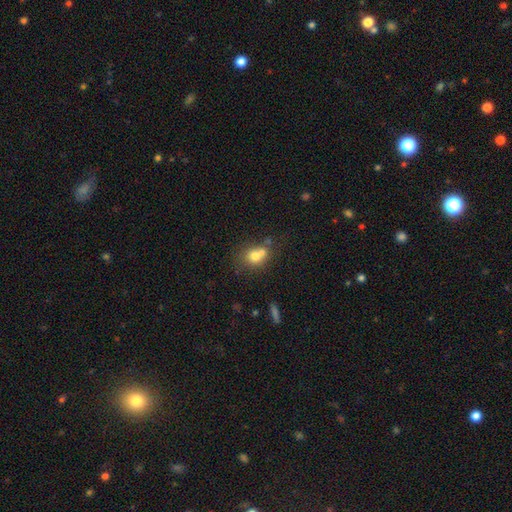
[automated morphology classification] This appears to be a smooth galaxy with no disk features (71%) that is round (67%). Merging: merger (50%).